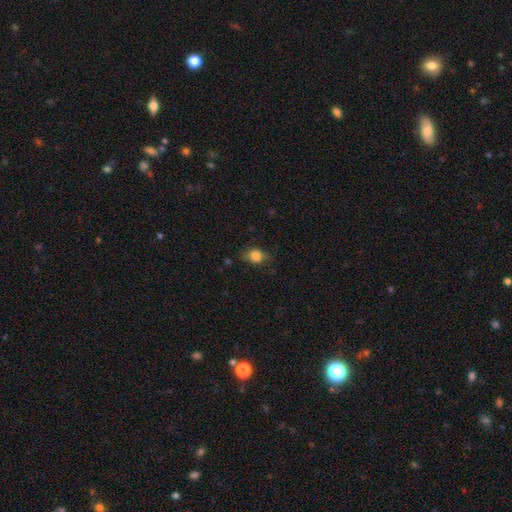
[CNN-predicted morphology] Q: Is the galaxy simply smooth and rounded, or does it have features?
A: smooth — 83%.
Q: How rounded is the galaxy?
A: round — 50%.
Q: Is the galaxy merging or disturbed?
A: none — 71%.